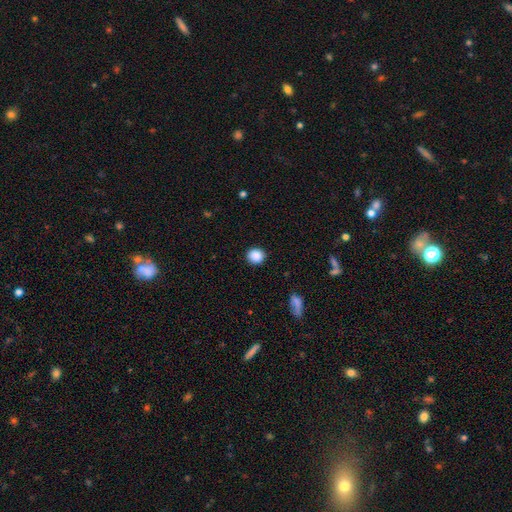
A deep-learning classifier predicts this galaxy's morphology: Q: Smooth or featured?
A: smooth (88%); runner-up: star or artifact (9%)
Q: How rounded?
A: round (89%); runner-up: in between (10%)
Q: Merging?
A: none (91%); runner-up: minor disturbance (6%)